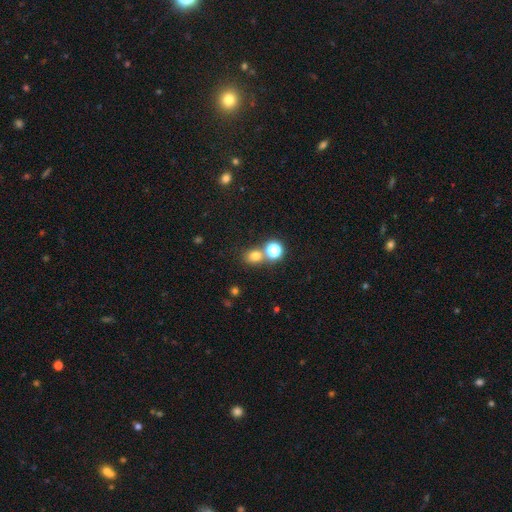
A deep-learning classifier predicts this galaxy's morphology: A smooth galaxy with no disk features (71%) that is round (73%). Merging: none (66%).